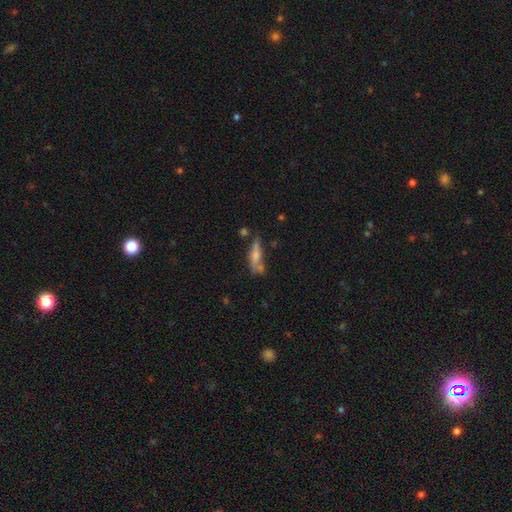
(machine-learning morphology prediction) This appears to be a smooth galaxy with no disk features (49%). Merging: none (52%).